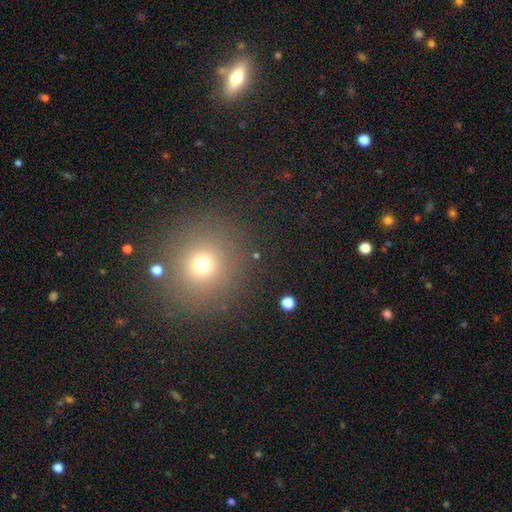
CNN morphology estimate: Overall: smooth (64%; star or artifact 27%). How rounded: round (90%). Merging: none (86%).